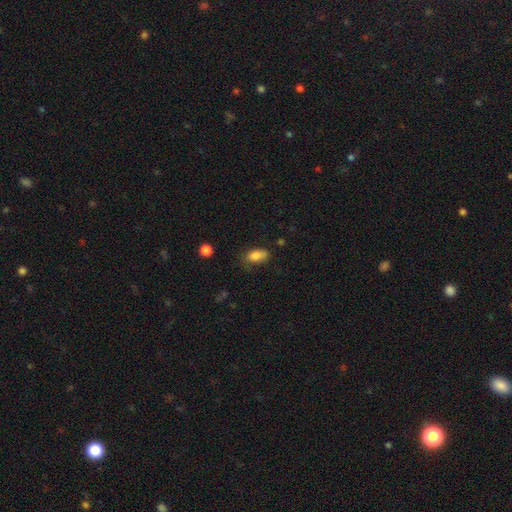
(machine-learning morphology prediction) smooth 84%, star or artifact 9%, featured or disk 7%. Down the decision tree: how rounded — in between (89%); merging — none (58%).